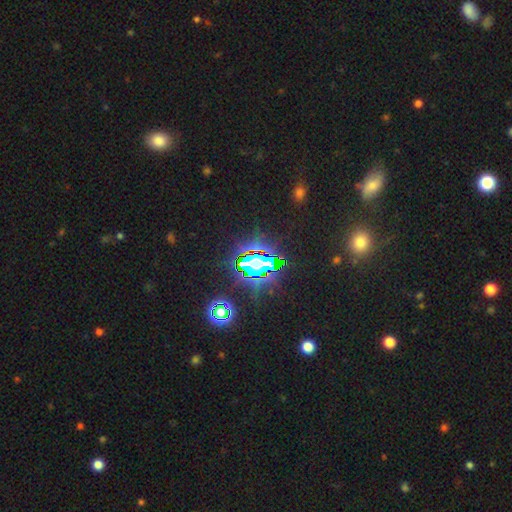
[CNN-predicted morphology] A star or artifact, not a galaxy (80%).

Vote fractions:
- Smooth or featured? star or artifact: 80% / smooth: 12% / featured or disk: 8%